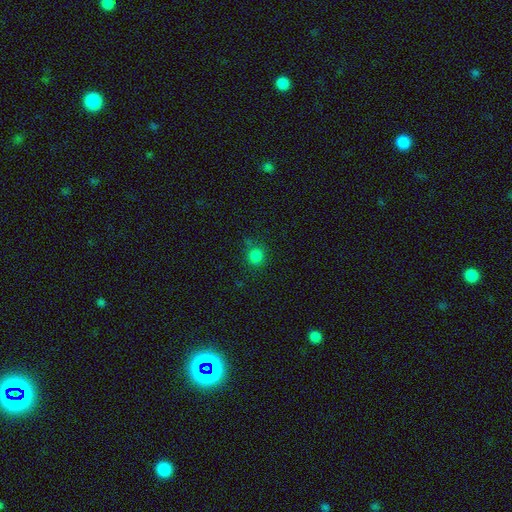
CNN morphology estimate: Q: Smooth or featured?
A: smooth (82%); runner-up: star or artifact (15%)
Q: How rounded?
A: round (90%); runner-up: in between (9%)
Q: Merging?
A: none (80%); runner-up: minor disturbance (12%)